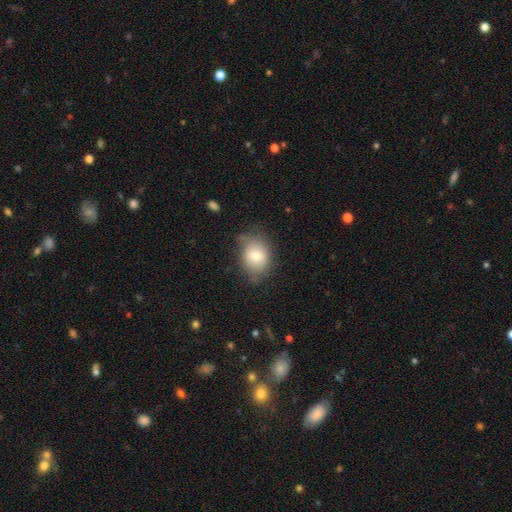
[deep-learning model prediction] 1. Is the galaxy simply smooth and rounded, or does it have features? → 80% smooth, 12% featured or disk, 8% star or artifact.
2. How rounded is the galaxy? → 63% in between, 36% round, 1% cigar-shaped.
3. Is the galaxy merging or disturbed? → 64% none, 27% minor disturbance, 7% major disturbance, 2% merger.